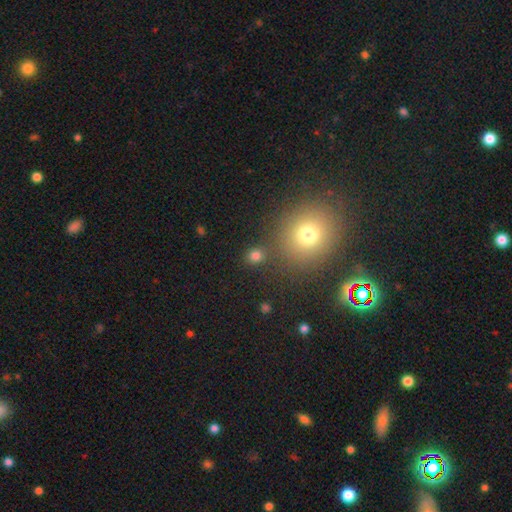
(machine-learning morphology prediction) This is likely a smooth galaxy (78%). How rounded: clearly round (82%). Merging: clearly none (80%).